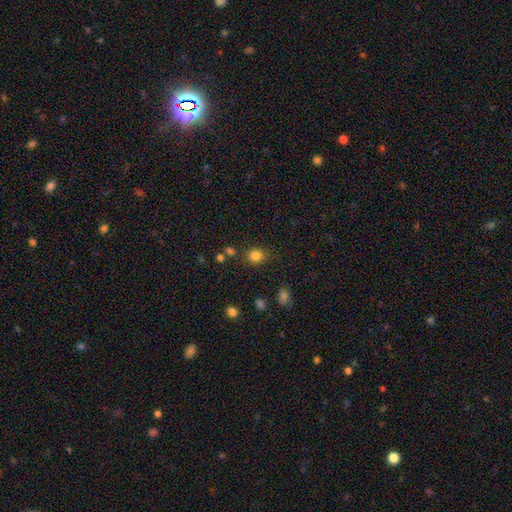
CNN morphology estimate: smooth 83%, star or artifact 13%, featured or disk 4%. Down the decision tree: how rounded — round (78%); merging — none (81%).